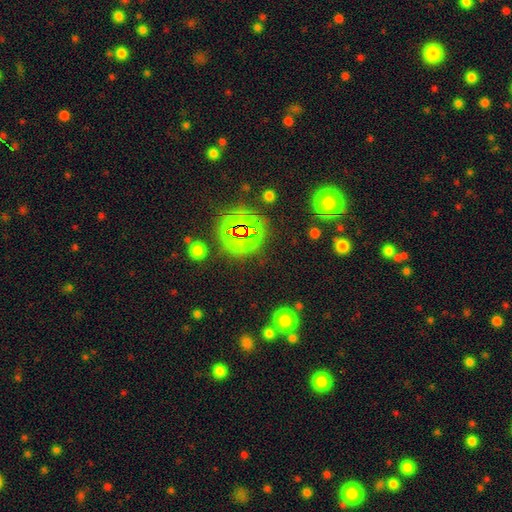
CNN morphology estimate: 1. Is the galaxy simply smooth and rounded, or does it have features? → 72% star or artifact, 18% smooth, 10% featured or disk.